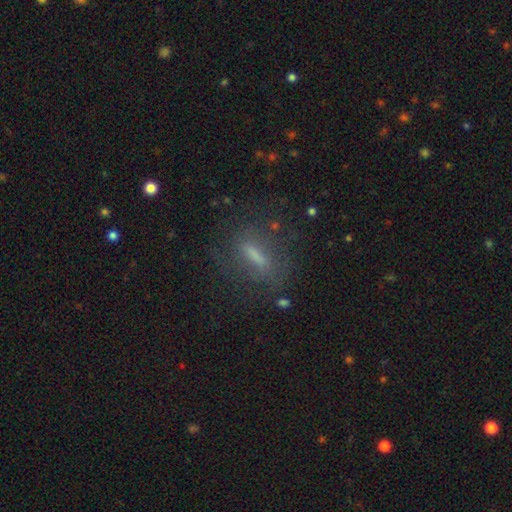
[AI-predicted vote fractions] This is possibly a smooth galaxy (46%). Merging: likely none (74%).